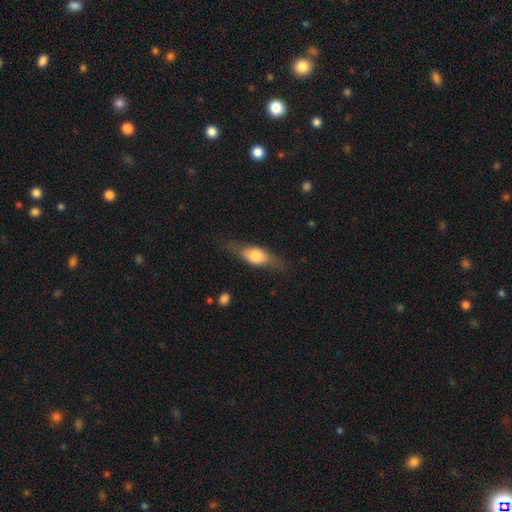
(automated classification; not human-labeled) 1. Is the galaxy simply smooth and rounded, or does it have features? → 57% smooth, 36% featured or disk, 6% star or artifact.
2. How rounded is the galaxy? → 64% in between, 29% cigar-shaped, 6% round.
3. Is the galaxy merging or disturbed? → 70% none, 20% minor disturbance, 8% major disturbance, 2% merger.